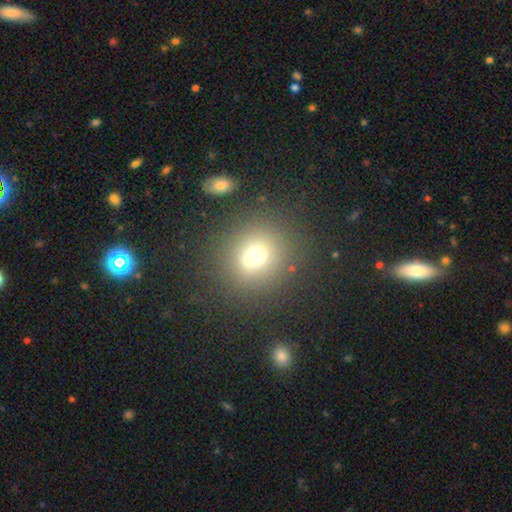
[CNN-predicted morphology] A smooth galaxy with no disk features (67%) that is round (87%). Merging: none (57%).